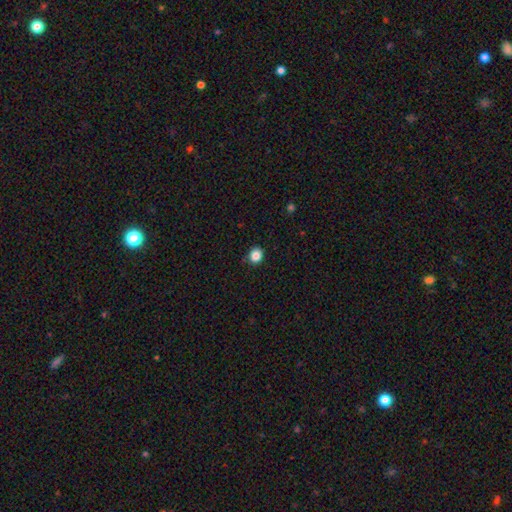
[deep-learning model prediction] A smooth galaxy with no disk features (85%) that is round (74%).

Vote fractions:
- Smooth or featured? smooth: 85% / star or artifact: 11% / featured or disk: 4%
- How rounded? round: 74% / in between: 25% / cigar-shaped: 1%
- Merging? none: 86% / minor disturbance: 10% / major disturbance: 2% / merger: 1%